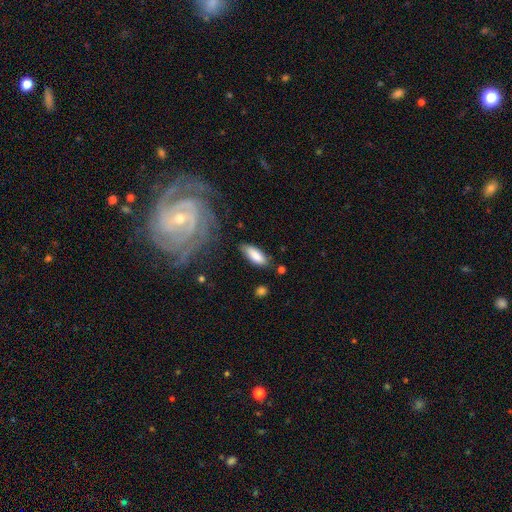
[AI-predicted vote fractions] The model was most divided on "how rounded": in between: 70%, cigar-shaped: 28%, round: 2%. More confident: smooth or featured — smooth (84%); merging — none (77%).